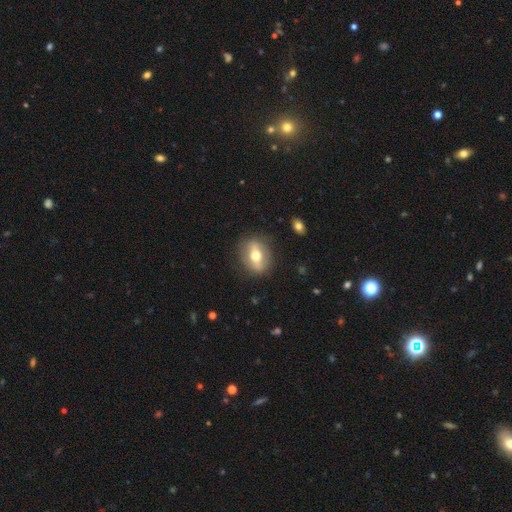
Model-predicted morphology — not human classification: The model was most divided on "smooth or featured": featured or disk: 51%, smooth: 42%, star or artifact: 7%. More confident: merging — none (83%); edge-on disk — no (72%).